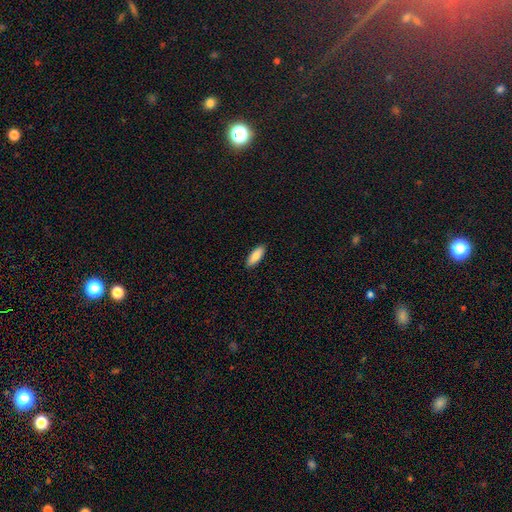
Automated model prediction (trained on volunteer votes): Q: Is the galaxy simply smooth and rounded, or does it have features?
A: smooth — 84%.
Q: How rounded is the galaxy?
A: in between — 72%.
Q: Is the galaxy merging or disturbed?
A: none — 90%.